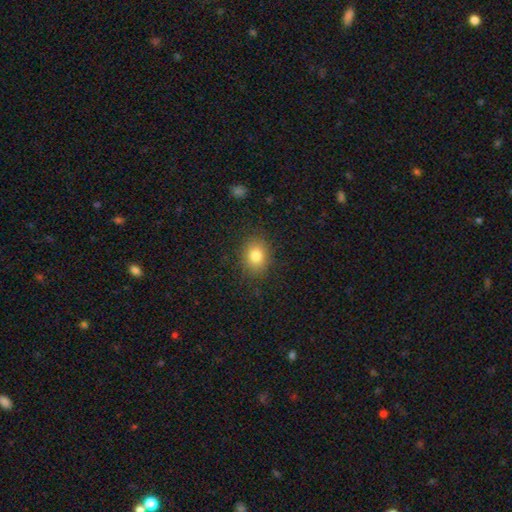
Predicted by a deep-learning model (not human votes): This is clearly a smooth galaxy (82%). How rounded: possibly in between (52%). Merging: clearly none (84%).